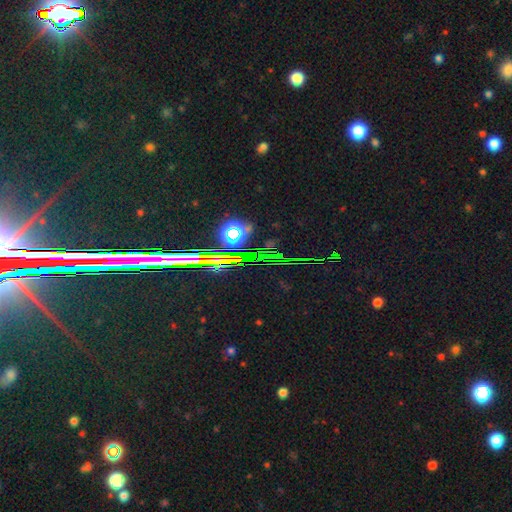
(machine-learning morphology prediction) Overall: star or artifact (81%).